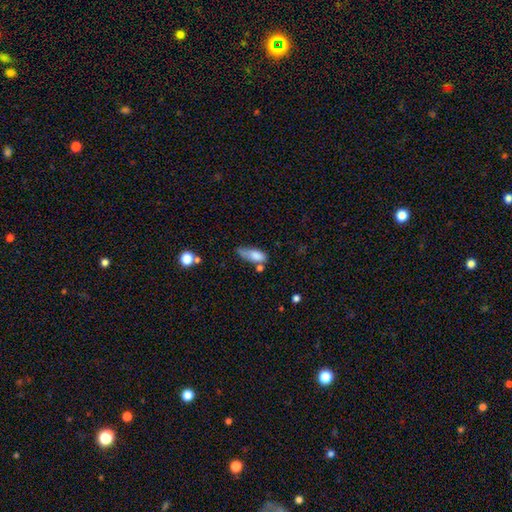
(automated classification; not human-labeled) Smooth or featured?
  - smooth: 77% *
  - featured or disk: 15%
  - star or artifact: 8%
How rounded?
  - in between: 74% *
  - cigar-shaped: 23%
  - round: 3%
Merging?
  - minor disturbance: 36% *
  - none: 32%
  - major disturbance: 18%
  - merger: 15%